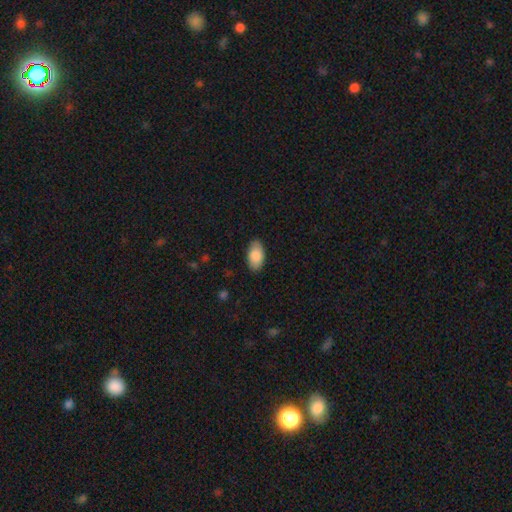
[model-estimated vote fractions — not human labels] smooth 87%, featured or disk 7%, star or artifact 6%. Down the decision tree: how rounded — in between (95%); merging — none (85%).